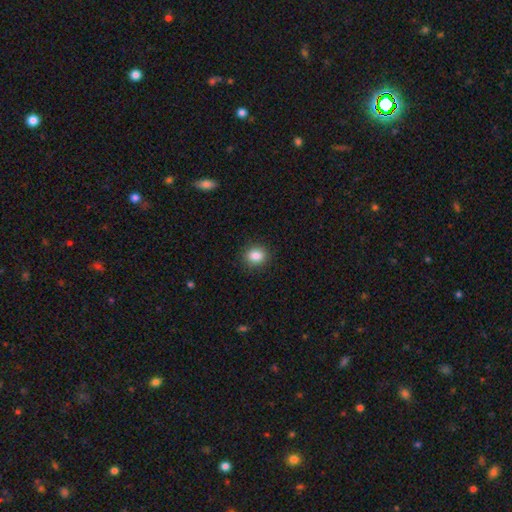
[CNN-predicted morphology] smooth_or_featured: smooth (p=0.85) [alt: star or artifact p=0.10]
how_rounded: round (p=0.73) [alt: in between p=0.26]
merging: none (p=0.90) [alt: minor disturbance p=0.07]